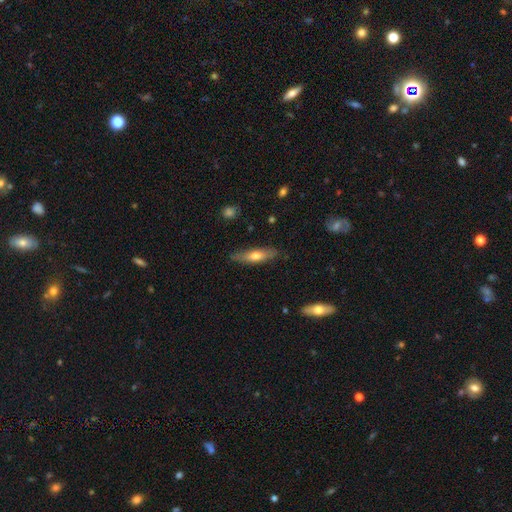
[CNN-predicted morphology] Q: Smooth or featured?
A: smooth (57%); runner-up: featured or disk (37%)
Q: How rounded?
A: cigar-shaped (69%); runner-up: in between (29%)
Q: Merging?
A: none (82%); runner-up: minor disturbance (14%)